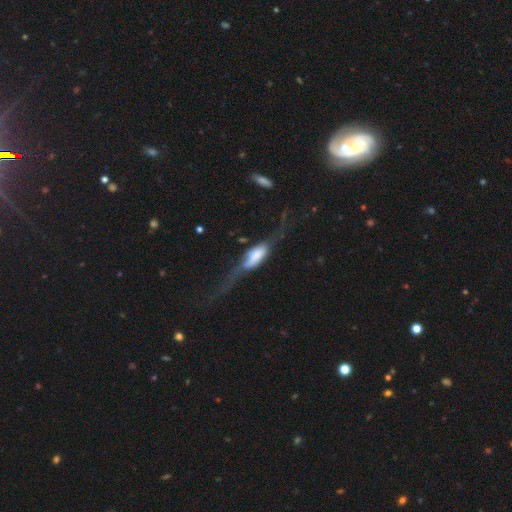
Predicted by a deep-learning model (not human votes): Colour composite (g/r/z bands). It shows a featured or disk galaxy (54%) viewed edge-on (70%). Merging: major disturbance (41%).